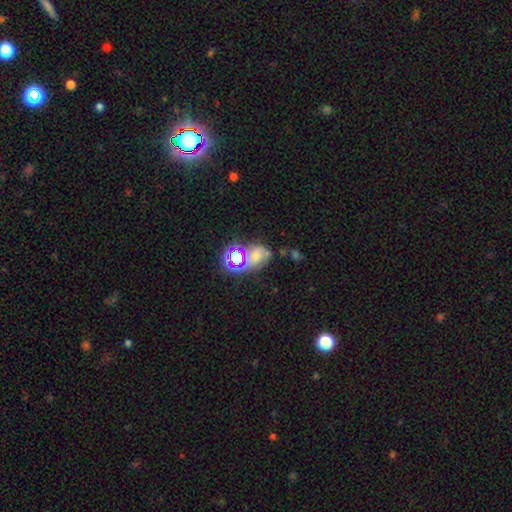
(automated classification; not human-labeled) smooth 40%, star or artifact 37%, featured or disk 23%. Down the decision tree: merging — none (43%).